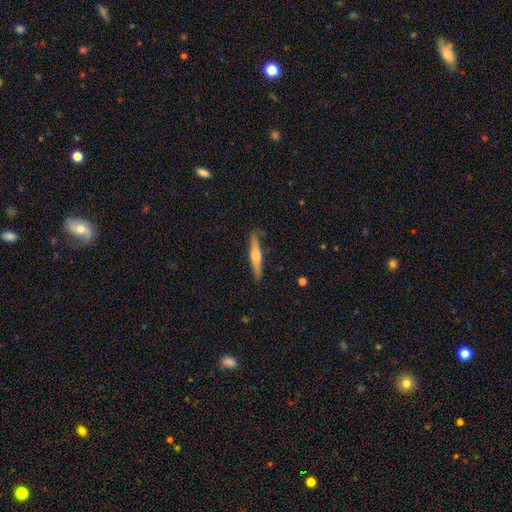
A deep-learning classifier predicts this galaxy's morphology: featured or disk 57%, smooth 37%, star or artifact 6%. Down the decision tree: edge-on disk — yes (96%); edge-on bulge — rounded (85%); merging — none (87%).